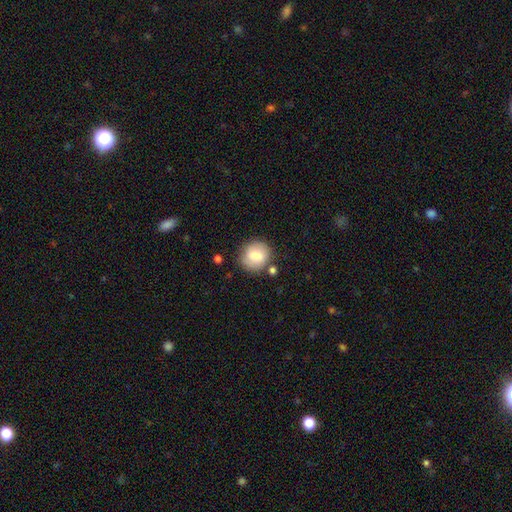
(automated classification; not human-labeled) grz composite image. It shows a smooth galaxy with no disk features (77%) that is round (85%). Merging: none (77%).